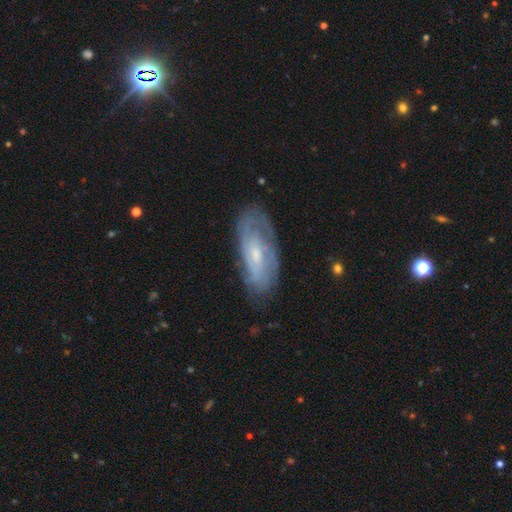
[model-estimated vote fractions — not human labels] A featured or disk galaxy (70%) with no bar (59%), tight (56%) spiral arms (86%) and a small central bulge (56%).

Vote fractions:
- Smooth or featured? featured or disk: 70% / smooth: 23% / star or artifact: 7%
- Edge-on disk? no: 89% / yes: 11%
- Bar? no: 59% / weak: 35% / strong: 6%
- Spiral arms? yes: 86% / no: 14%
- Spiral winding? tight: 56% / medium: 32% / loose: 11%
- Spiral arm count? can't tell: 48% / 2: 31% / 3: 9% / 1: 6% / 4: 4% / more than 4: 3%
- Bulge size? small: 56% / moderate: 36% / none: 5% / large: 2% / dominant: 1%
- Merging? none: 73% / minor disturbance: 19% / major disturbance: 6% / merger: 1%